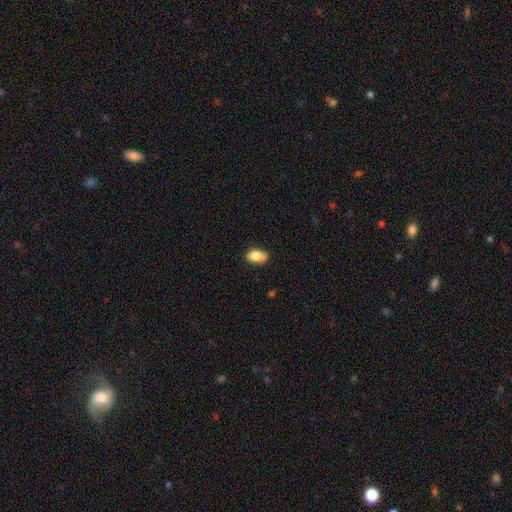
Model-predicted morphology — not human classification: smooth-or-featured: smooth: 81% | featured or disk: 11% | star or artifact: 8%
  how-rounded: in between: 86% | round: 12% | cigar-shaped: 2%
  merging: none: 64% | minor disturbance: 28% | major disturbance: 5% | merger: 3%